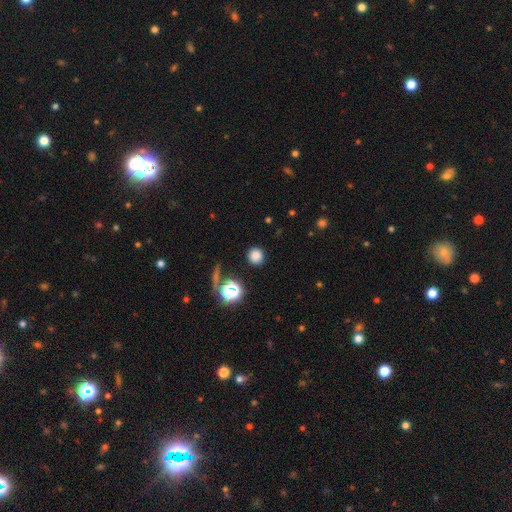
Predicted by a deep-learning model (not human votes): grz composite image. It shows a smooth galaxy with no disk features (78%) that is round (90%). Merging: none (88%).